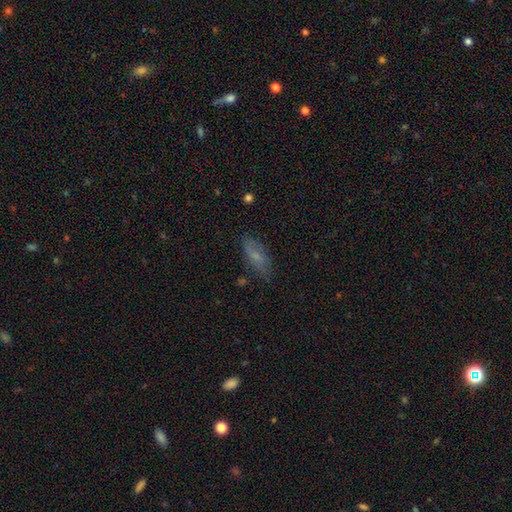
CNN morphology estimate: smooth 64%, featured or disk 25%, star or artifact 11%. Down the decision tree: how rounded — in between (68%); merging — none (75%).